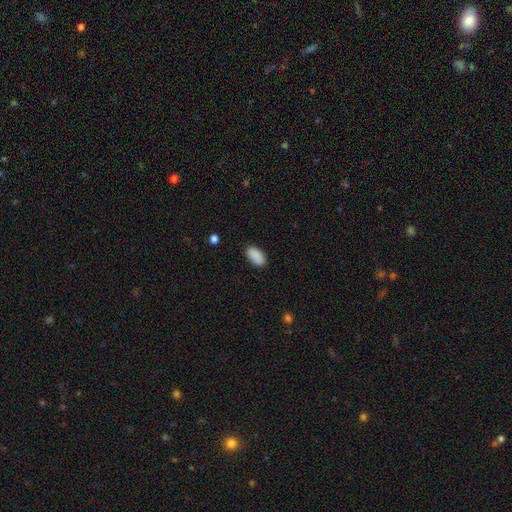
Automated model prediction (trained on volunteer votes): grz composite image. It shows a smooth galaxy with no disk features (90%) that is in between round and cigar-shaped (95%). Merging: none (87%).